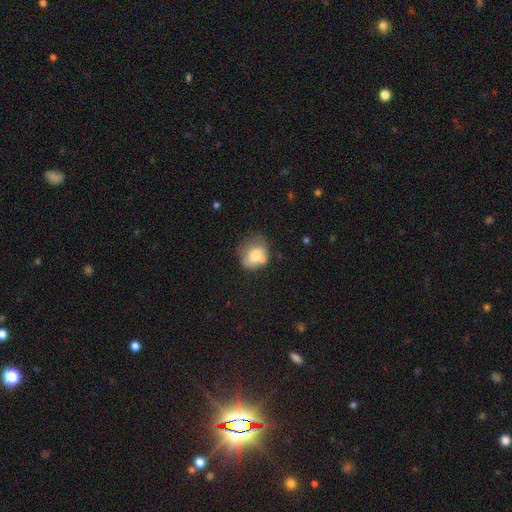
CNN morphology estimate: A smooth galaxy with no disk features (70%) that is round (52%). Merging: none (39%).